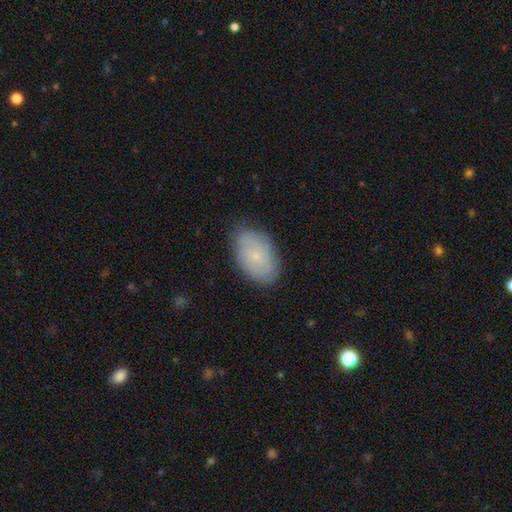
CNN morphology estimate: This appears to be a smooth galaxy with no disk features (64%) that is in between round and cigar-shaped (91%). Merging: none (78%).